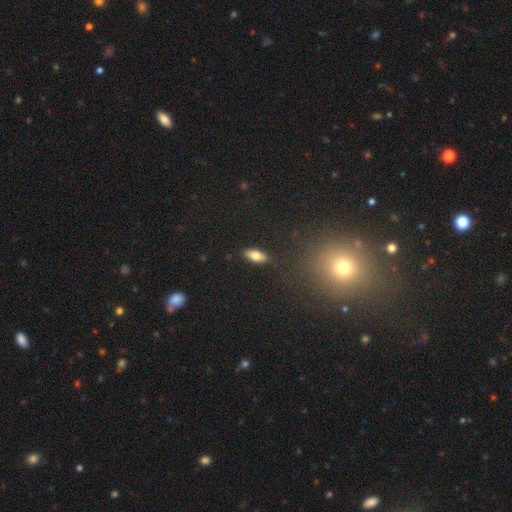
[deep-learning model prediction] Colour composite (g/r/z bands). It shows a smooth galaxy with no disk features (77%) that is in between round and cigar-shaped (84%). Merging: none (88%).